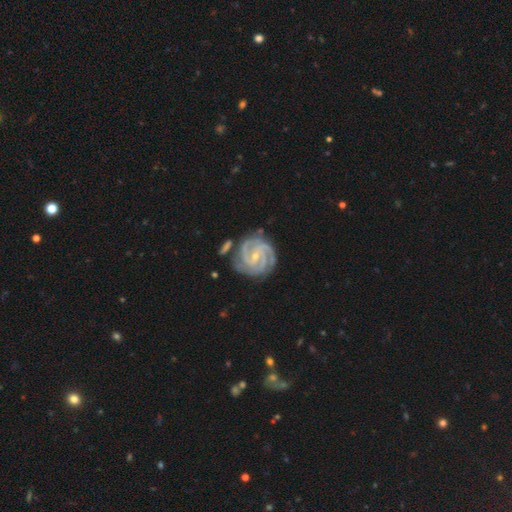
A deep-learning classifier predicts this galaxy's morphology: Smooth or featured?
  - featured or disk: 93% *
  - star or artifact: 4%
  - smooth: 3%
Edge-on disk?
  - no: 98% *
  - yes: 2%
Bar?
  - weak: 42% *
  - no: 37%
  - strong: 21%
Spiral arms?
  - yes: 99% *
  - no: 1%
Spiral winding?
  - tight: 72% *
  - medium: 25%
  - loose: 3%
Spiral arm count?
  - 3: 43% *
  - 4: 26%
  - 2: 15%
  - can't tell: 7%
  - more than 4: 5%
  - 1: 5%
Bulge size?
  - small: 74% *
  - moderate: 23%
  - none: 2%
  - large: 1%
  - dominant: 1%
Merging?
  - none: 72% *
  - minor disturbance: 17%
  - merger: 5%
  - major disturbance: 5%